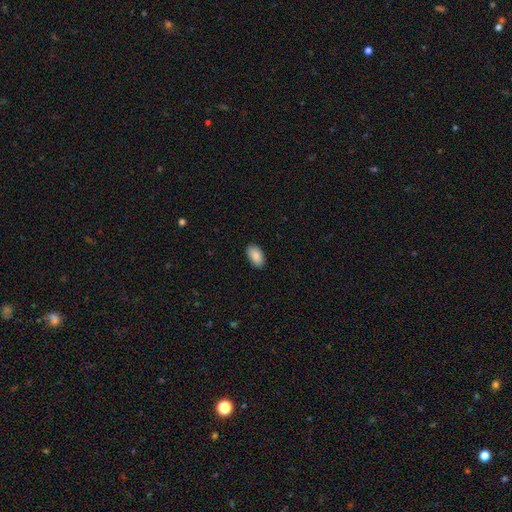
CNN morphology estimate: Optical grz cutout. It shows a smooth galaxy with no disk features (88%) that is in between round and cigar-shaped (95%). Merging: none (88%).